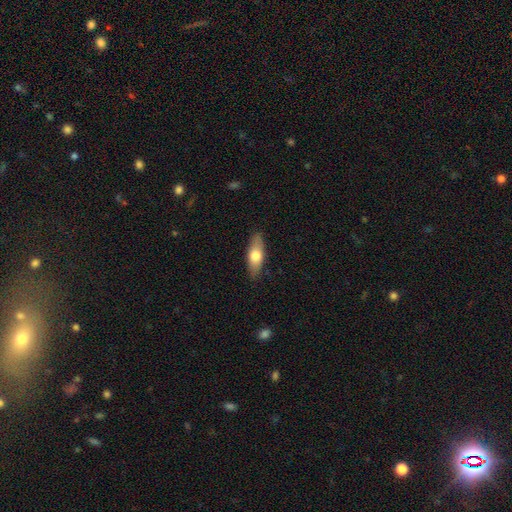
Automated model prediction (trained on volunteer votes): This appears to be a smooth galaxy with no disk features (64%) that is in between round and cigar-shaped (64%). Merging: none (86%).